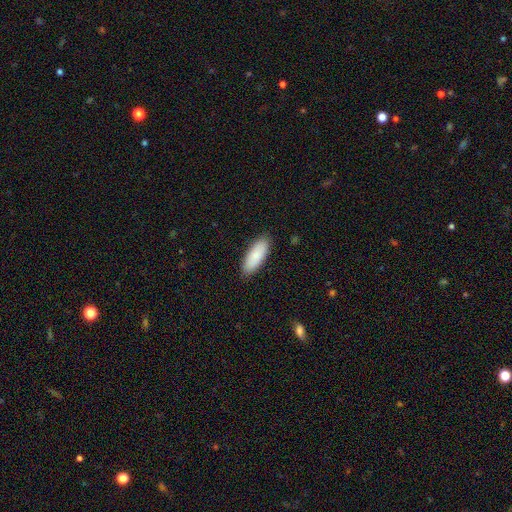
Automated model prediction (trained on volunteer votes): Morphology: type=smooth (85%); roundness=in between (74%); merging=none (88%).